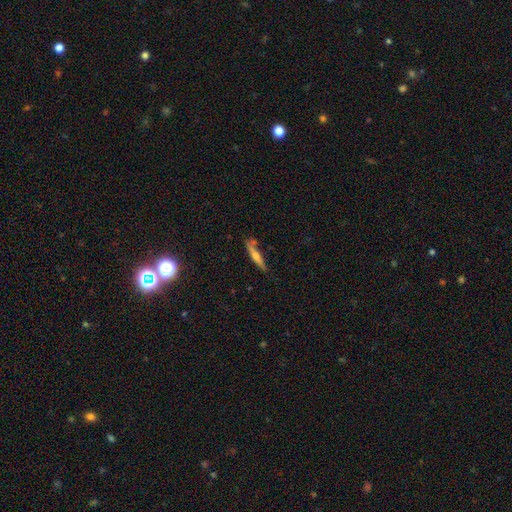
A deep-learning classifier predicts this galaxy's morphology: featured or disk 50%, smooth 39%, star or artifact 11%. Down the decision tree: edge-on disk — yes (91%); merging — none (72%).